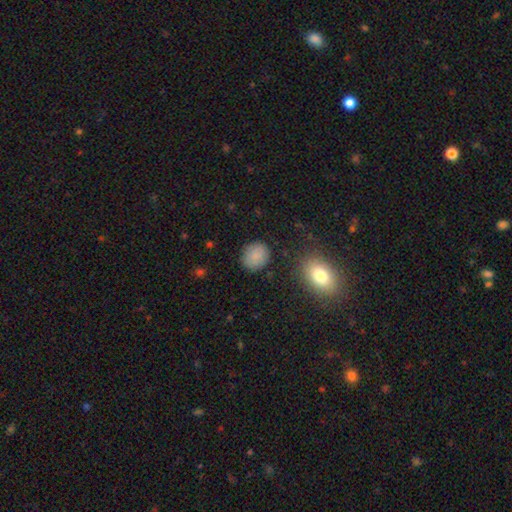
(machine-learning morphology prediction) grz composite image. It shows a smooth galaxy with no disk features (86%) that is round (75%). Merging: none (86%).